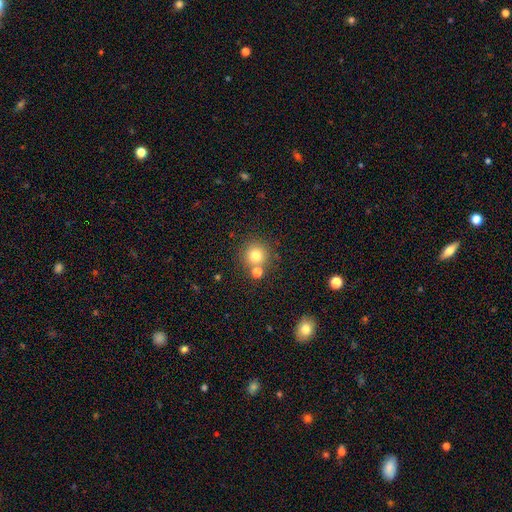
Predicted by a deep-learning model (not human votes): smooth_or_featured: smooth (p=0.79) [alt: star or artifact p=0.13]
how_rounded: round (p=0.93) [alt: in between p=0.06]
merging: none (p=0.70) [alt: merger p=0.19]